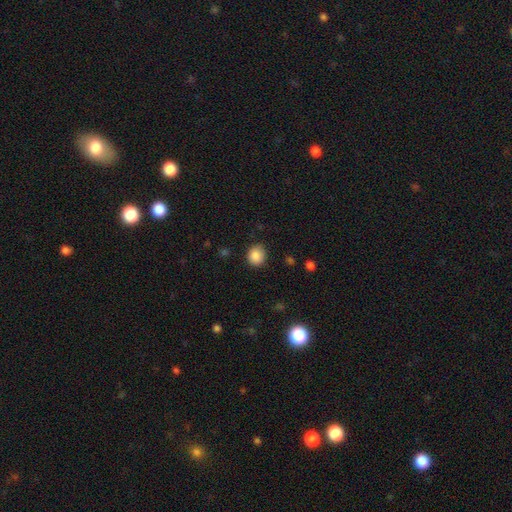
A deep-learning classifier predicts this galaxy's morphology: Smooth or featured: smooth — 87% (star or artifact — 9%)
How rounded: round — 76% (in between — 23%)
Merging: none — 84% (minor disturbance — 12%)